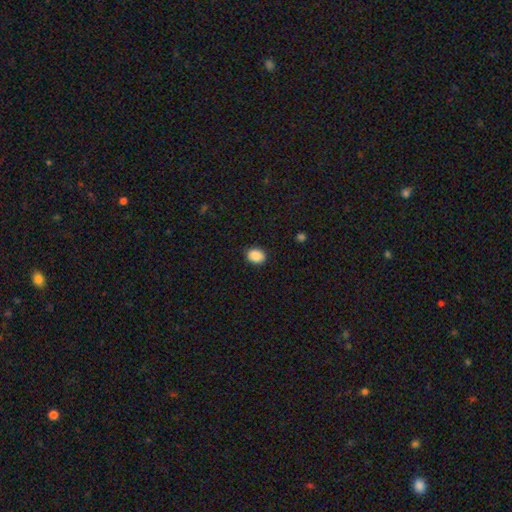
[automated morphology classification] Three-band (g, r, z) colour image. It shows a smooth galaxy with no disk features (89%) that is in between round and cigar-shaped (57%). Merging: none (89%).